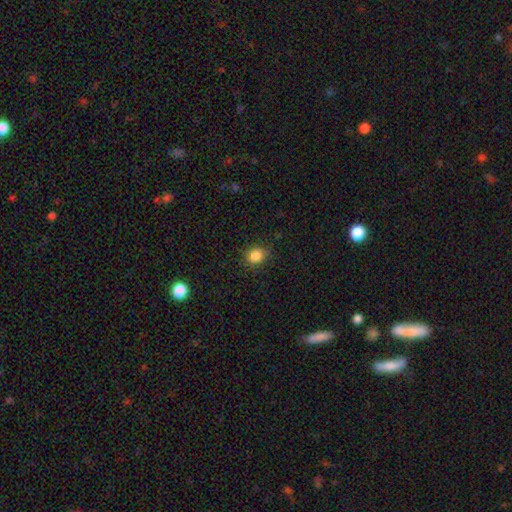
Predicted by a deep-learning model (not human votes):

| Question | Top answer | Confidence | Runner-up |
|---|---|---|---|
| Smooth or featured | smooth | 85% | star or artifact (11%) |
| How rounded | round | 78% | in between (21%) |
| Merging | none | 83% | minor disturbance (13%) |